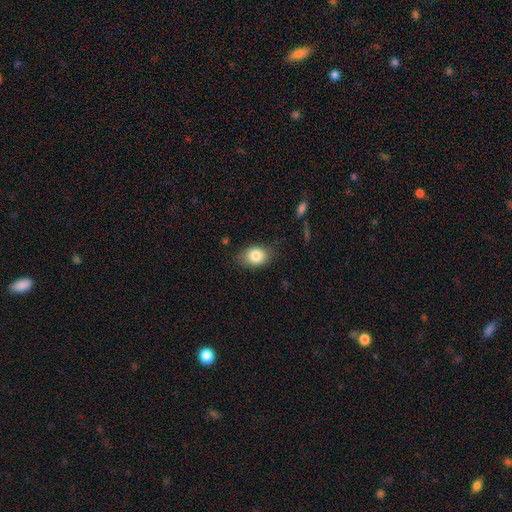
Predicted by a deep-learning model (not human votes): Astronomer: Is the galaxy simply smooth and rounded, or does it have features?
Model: smooth — 83%.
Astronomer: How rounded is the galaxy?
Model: in between — 70%.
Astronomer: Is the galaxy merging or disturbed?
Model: none — 77%.